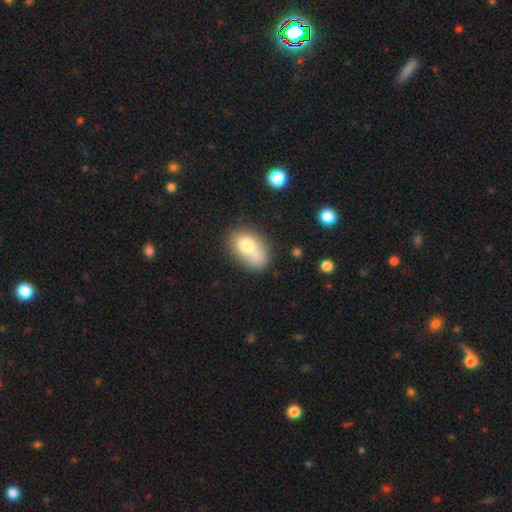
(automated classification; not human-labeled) Morphology: type=smooth (75%); roundness=in between (84%); merging=none (49%).